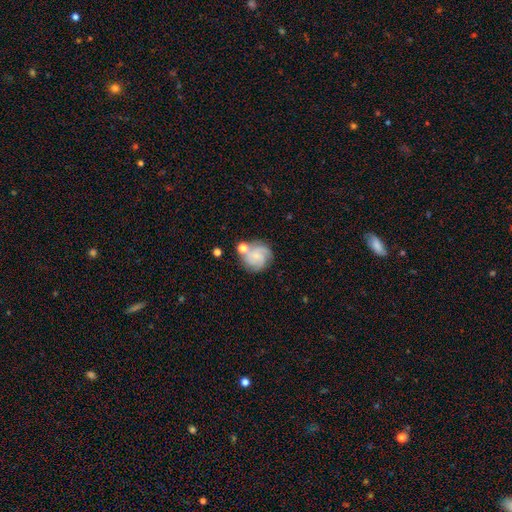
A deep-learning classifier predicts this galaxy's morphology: A featured or disk galaxy (65%) with no bar (76%), 3 (47%) tight (57%) spiral arms (94%) and a small central bulge (64%). Merging: none (63%).